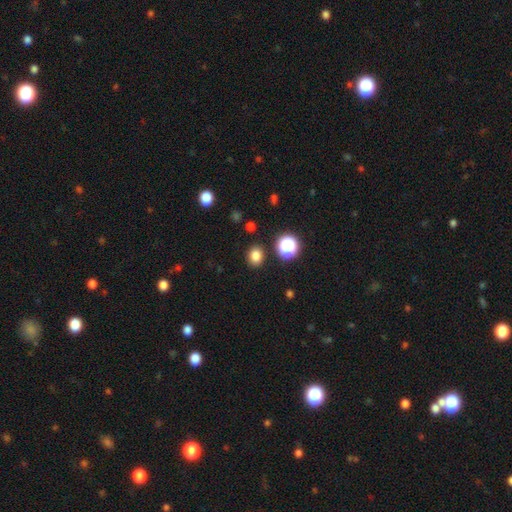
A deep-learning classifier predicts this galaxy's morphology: type=smooth (81%); roundness=round (62%); merging=none (87%).